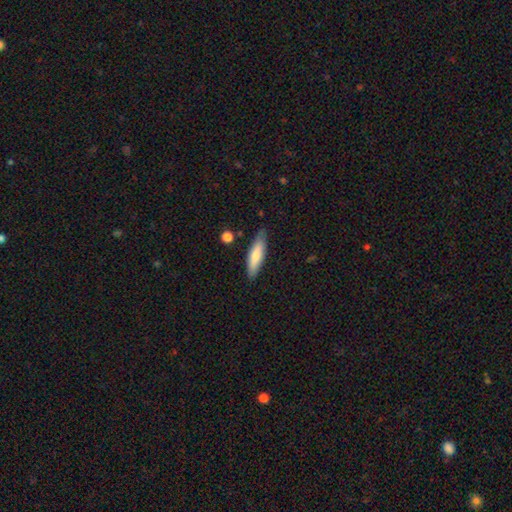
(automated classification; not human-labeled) This appears to be a smooth galaxy with no disk features (73%) that is cigar-shaped (66%). Merging: none (81%).